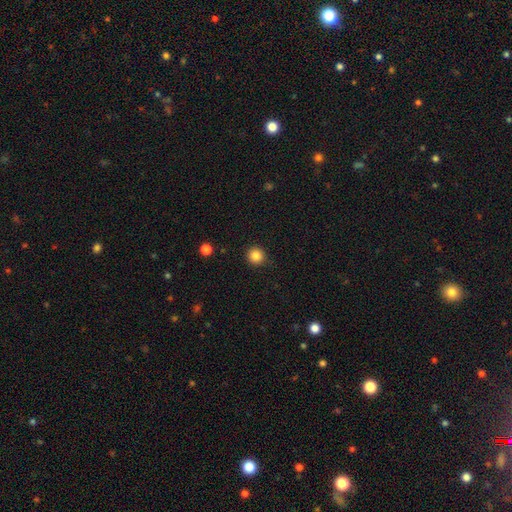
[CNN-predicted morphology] type=smooth (84%); roundness=round (94%); merging=none (90%).